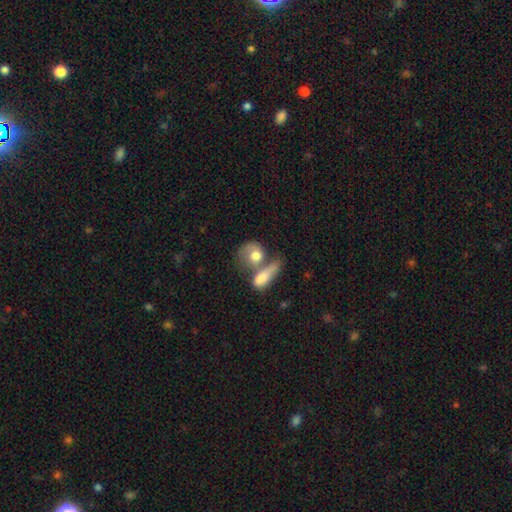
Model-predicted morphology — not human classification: Smooth or featured? smooth (66%)
How rounded? round (49%)
Merging? merger (57%)